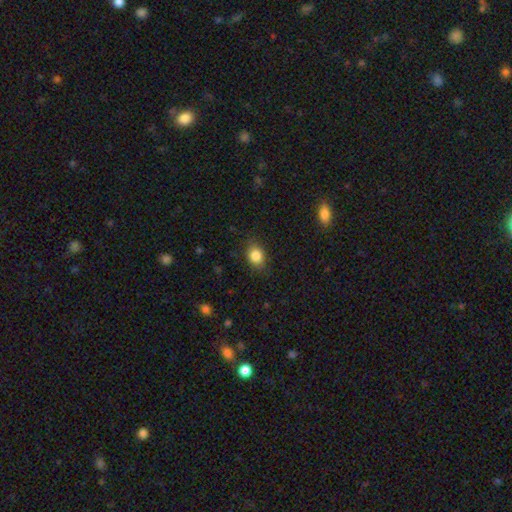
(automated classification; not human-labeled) This appears to be a smooth galaxy with no disk features (85%) that is in between round and cigar-shaped (54%). Merging: none (82%).